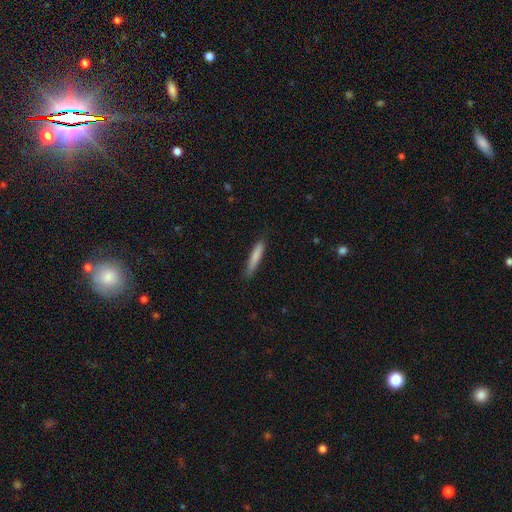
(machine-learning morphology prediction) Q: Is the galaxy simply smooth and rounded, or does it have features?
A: smooth — 80%.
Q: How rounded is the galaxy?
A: cigar-shaped — 90%.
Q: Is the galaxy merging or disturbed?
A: none — 80%.